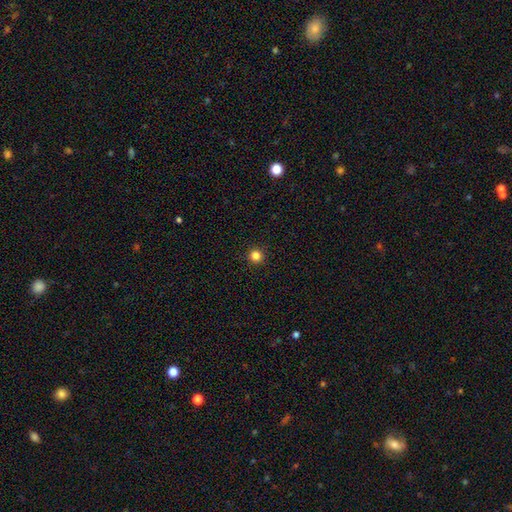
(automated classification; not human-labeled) This is clearly a smooth galaxy (83%). How rounded: clearly round (96%). Merging: clearly none (94%).